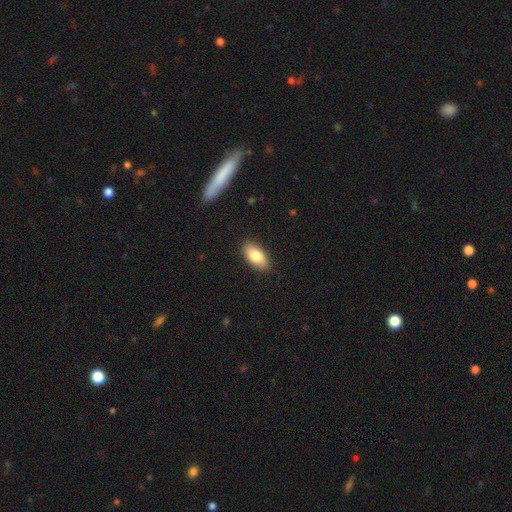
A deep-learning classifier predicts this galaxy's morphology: Smooth or featured? Predicted: smooth (p=0.81). How rounded? Predicted: in between (p=0.92). Merging? Predicted: none (p=0.88).